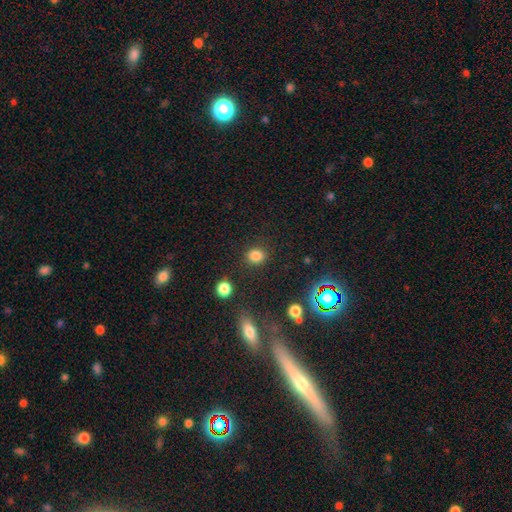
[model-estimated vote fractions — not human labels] This appears to be a smooth galaxy with no disk features (81%) that is round (75%). Merging: none (87%).